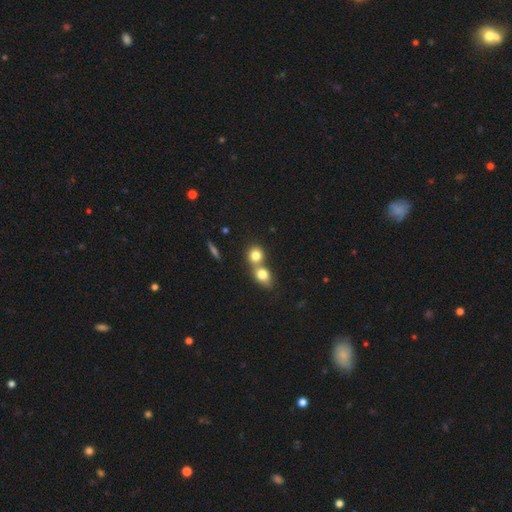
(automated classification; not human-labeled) smooth-or-featured: smooth: 79% | star or artifact: 11% | featured or disk: 11%
  how-rounded: round: 74% | in between: 24% | cigar-shaped: 2%
  merging: merger: 57% | none: 35% | minor disturbance: 6% | major disturbance: 3%